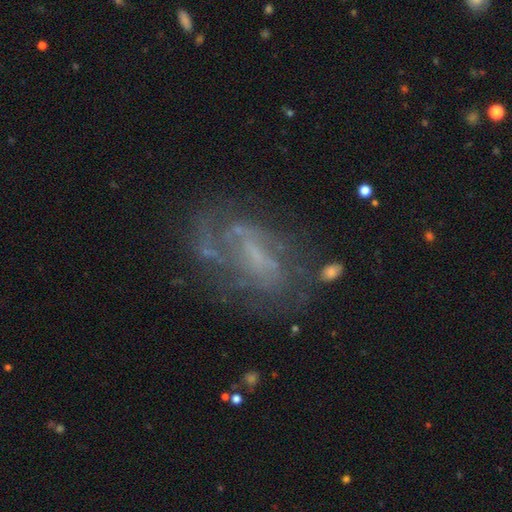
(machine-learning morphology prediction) A featured or disk galaxy (74%) with a weak bar (42%), medium (40%) spiral arms (75%) and no central bulge (50%). Merging: none (53%).